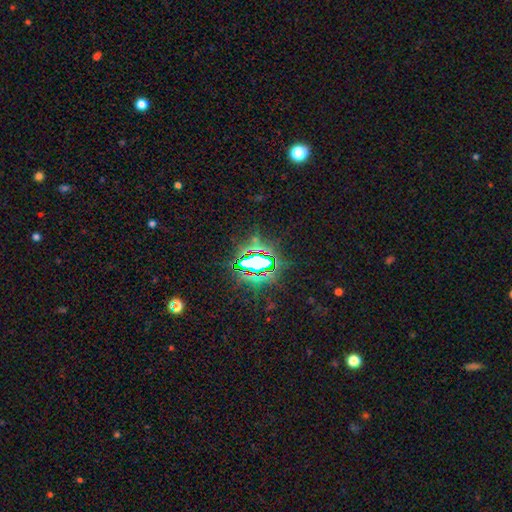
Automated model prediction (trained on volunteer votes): smooth_or_featured: star or artifact (p=0.82) [alt: smooth p=0.11]